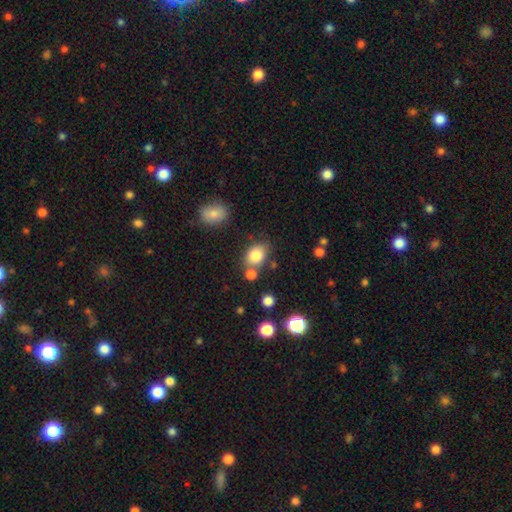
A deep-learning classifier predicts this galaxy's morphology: smooth 82%, star or artifact 10%, featured or disk 9%. Down the decision tree: how rounded — in between (66%); merging — none (63%).